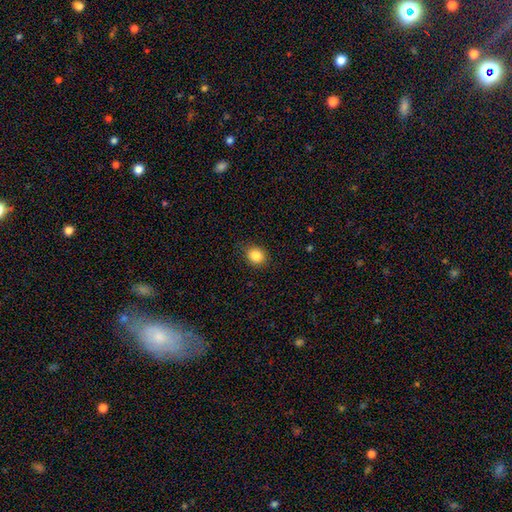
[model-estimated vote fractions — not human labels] Q: Smooth or featured?
A: smooth (86%); runner-up: star or artifact (10%)
Q: How rounded?
A: round (66%); runner-up: in between (33%)
Q: Merging?
A: none (85%); runner-up: minor disturbance (12%)